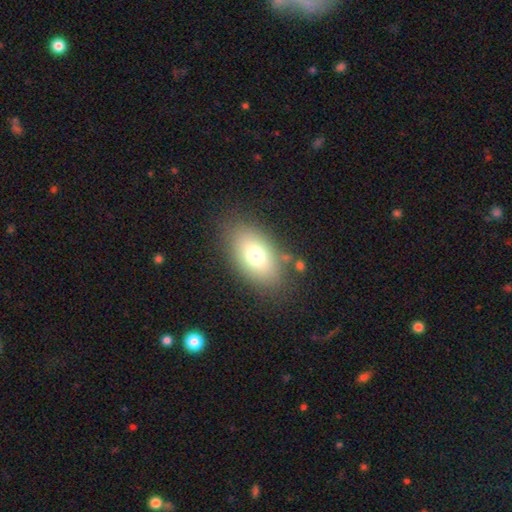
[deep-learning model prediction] Morphology: type=smooth (73%); roundness=in between (89%); merging=none (79%).